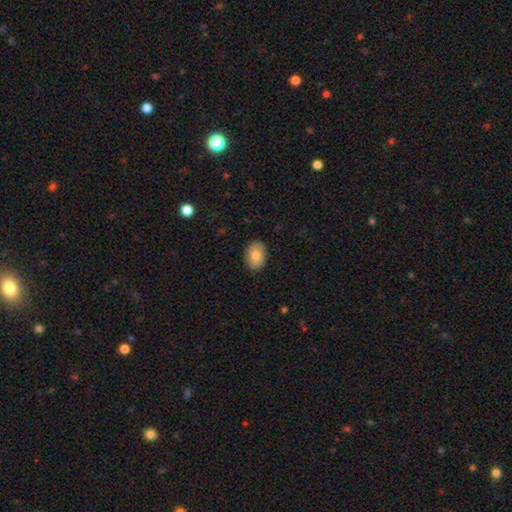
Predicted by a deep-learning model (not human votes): Morphology: type=smooth (83%); roundness=in between (77%); merging=none (88%).